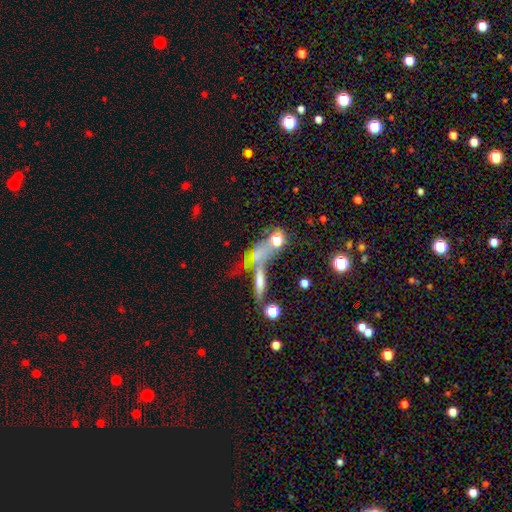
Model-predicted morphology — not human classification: Smooth or featured? Predicted: featured or disk (p=0.38). Merging? Predicted: merger (p=0.38).